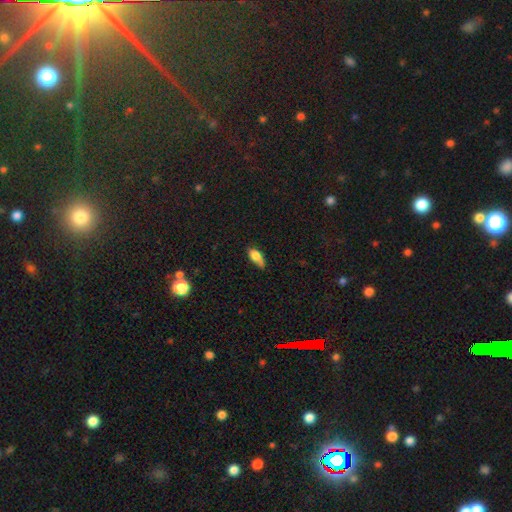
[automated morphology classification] A smooth galaxy with no disk features (76%) that is in between round and cigar-shaped (85%). Merging: none (48%).